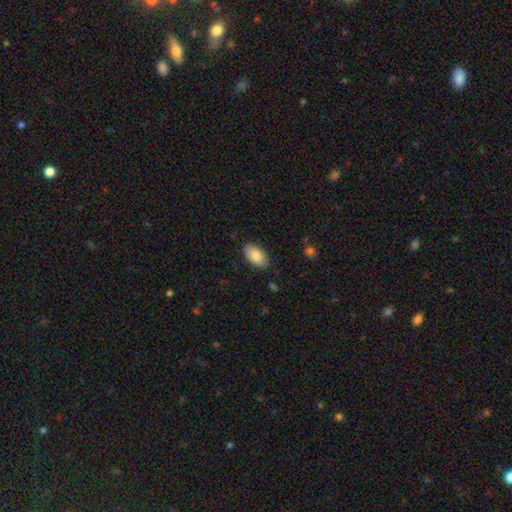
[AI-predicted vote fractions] smooth_or_featured: smooth (p=0.85) [alt: featured or disk p=0.09]
how_rounded: in between (p=0.94) [alt: round p=0.04]
merging: none (p=0.83) [alt: minor disturbance p=0.13]